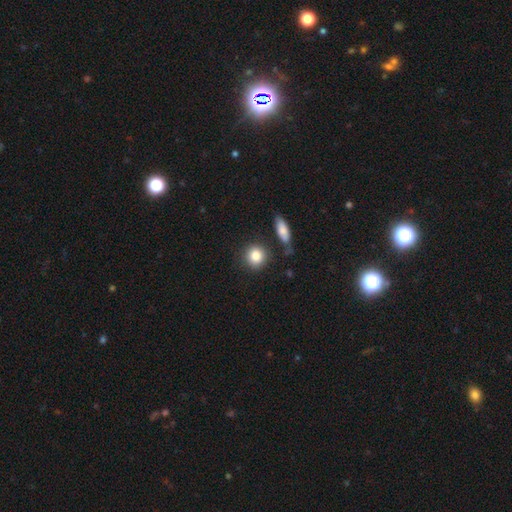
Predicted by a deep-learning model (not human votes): This is clearly a smooth galaxy (84%). How rounded: clearly round (86%). Merging: likely none (80%).